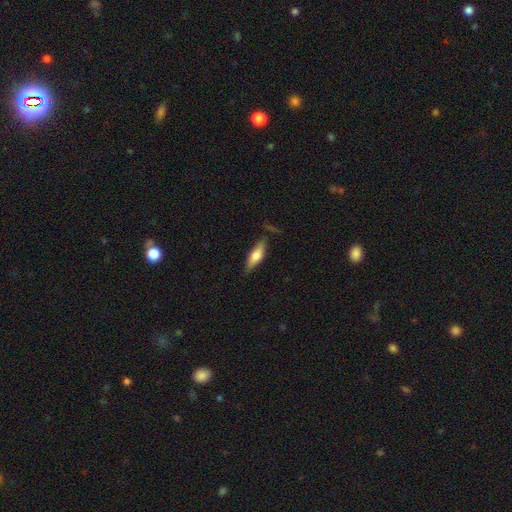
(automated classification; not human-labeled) smooth 56%, featured or disk 38%, star or artifact 6%. Down the decision tree: how rounded — cigar-shaped (55%); merging — none (74%).